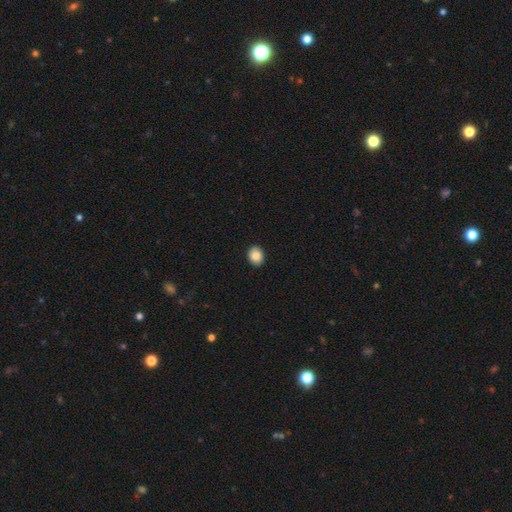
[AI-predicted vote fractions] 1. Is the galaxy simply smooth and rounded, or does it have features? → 88% smooth, 8% star or artifact, 4% featured or disk.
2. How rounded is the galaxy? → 51% round, 48% in between, 1% cigar-shaped.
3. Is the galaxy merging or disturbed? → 92% none, 6% minor disturbance, 2% major disturbance, 1% merger.